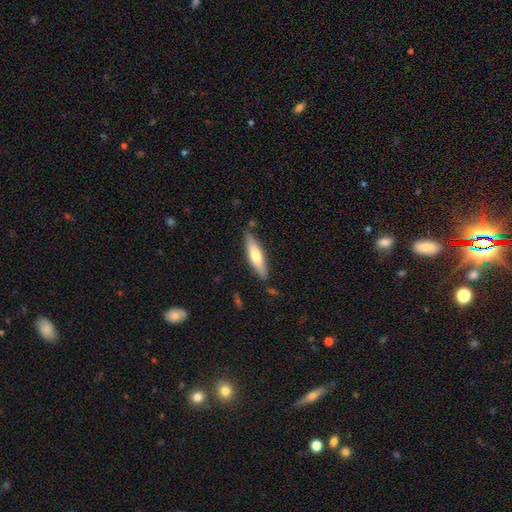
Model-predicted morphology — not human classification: Smooth or featured: smooth — 58% (featured or disk — 36%)
How rounded: cigar-shaped — 74% (in between — 25%)
Merging: none — 83% (minor disturbance — 12%)